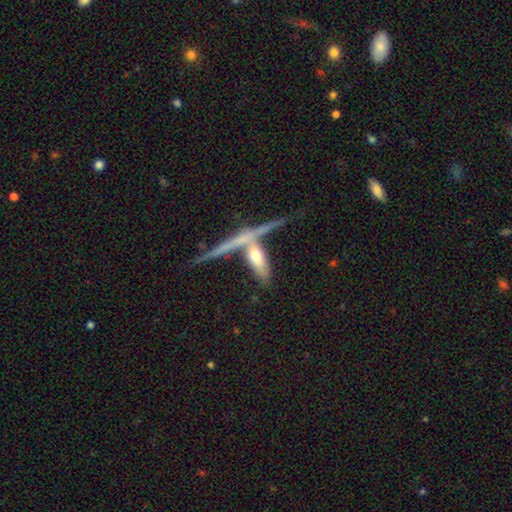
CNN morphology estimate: Overall: featured or disk (51%; smooth 40%). Edge-on disk: yes (80%). Merging: none (44%; merger 34%).